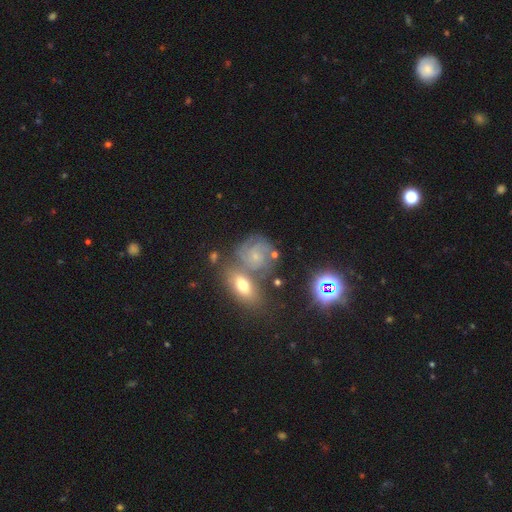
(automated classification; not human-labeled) A featured or disk galaxy (67%) with no bar (75%), can't tell (29%, tied with 3) tight (58%) spiral arms (89%) and a small central bulge (72%). Merging: none (52%).